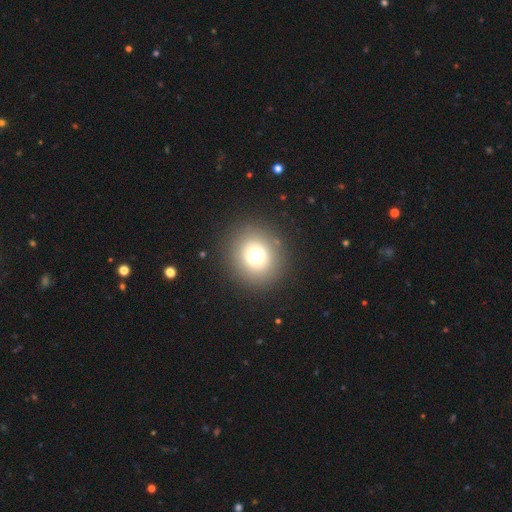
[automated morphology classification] A smooth galaxy with no disk features (68%) that is round (82%).

Vote fractions:
- Smooth or featured? smooth: 68% / featured or disk: 18% / star or artifact: 14%
- How rounded? round: 82% / in between: 17% / cigar-shaped: 1%
- Merging? none: 84% / minor disturbance: 9% / major disturbance: 5% / merger: 2%